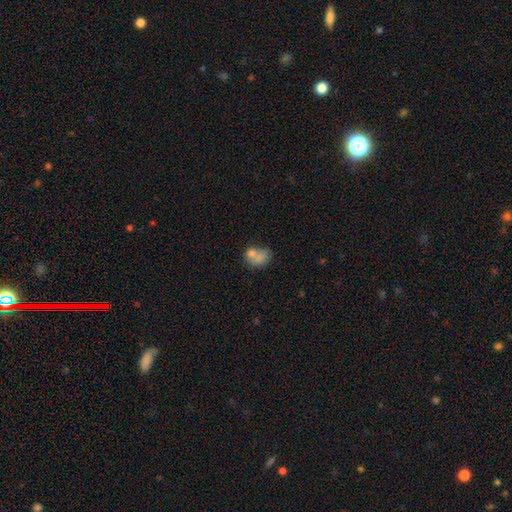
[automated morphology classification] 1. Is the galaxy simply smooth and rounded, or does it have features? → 74% smooth, 17% featured or disk, 9% star or artifact.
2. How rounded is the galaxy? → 58% in between, 41% round, 1% cigar-shaped.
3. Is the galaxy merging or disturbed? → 50% merger, 29% none, 13% minor disturbance, 8% major disturbance.